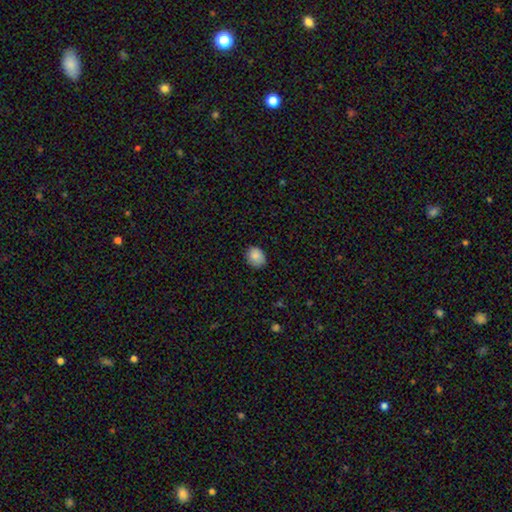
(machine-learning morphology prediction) Smooth or featured? Predicted: smooth (p=0.86). How rounded? Predicted: round (p=0.61). Merging? Predicted: none (p=0.82).